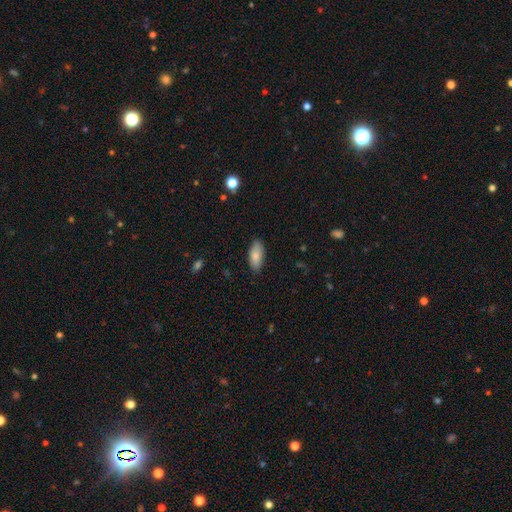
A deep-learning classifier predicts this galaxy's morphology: Smooth or featured? smooth (83%)
How rounded? in between (88%)
Merging? none (85%)